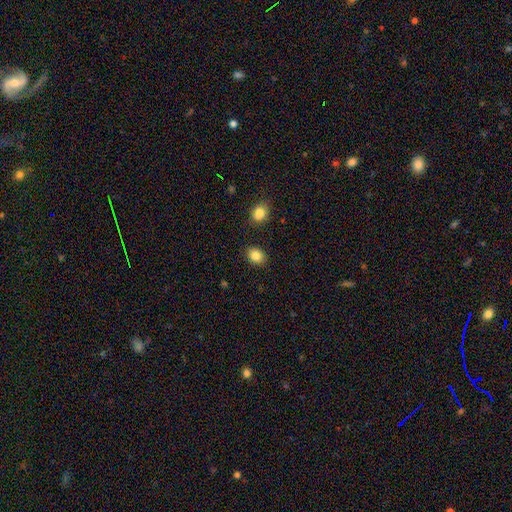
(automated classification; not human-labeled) Smooth or featured?
  - smooth: 85% *
  - star or artifact: 9%
  - featured or disk: 5%
How rounded?
  - in between: 50% *
  - round: 49%
  - cigar-shaped: 1%
Merging?
  - none: 86% *
  - minor disturbance: 9%
  - merger: 3%
  - major disturbance: 2%